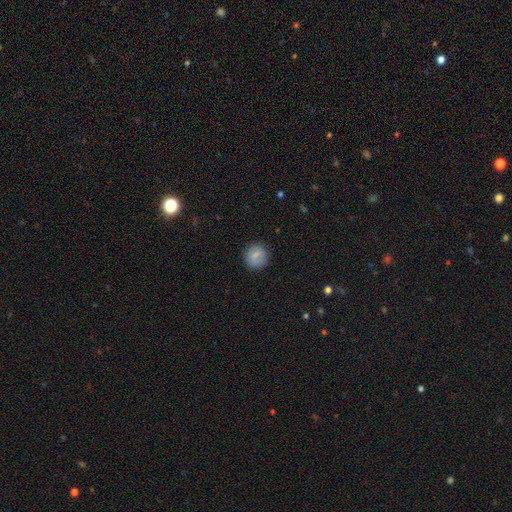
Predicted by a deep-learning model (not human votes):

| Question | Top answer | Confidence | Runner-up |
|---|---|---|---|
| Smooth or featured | smooth | 77% | featured or disk (14%) |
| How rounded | round | 89% | in between (10%) |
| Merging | none | 87% | minor disturbance (9%) |